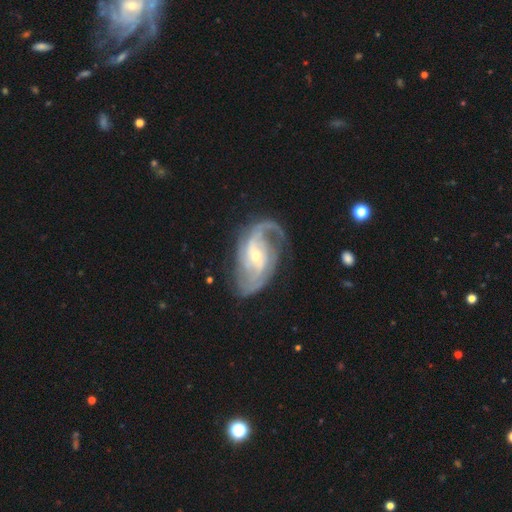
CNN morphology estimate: A featured or disk galaxy (90%) with a weak bar (42%), 2 (69%) medium (48%) spiral arms (97%) and a small central bulge (63%). Merging: none (69%).